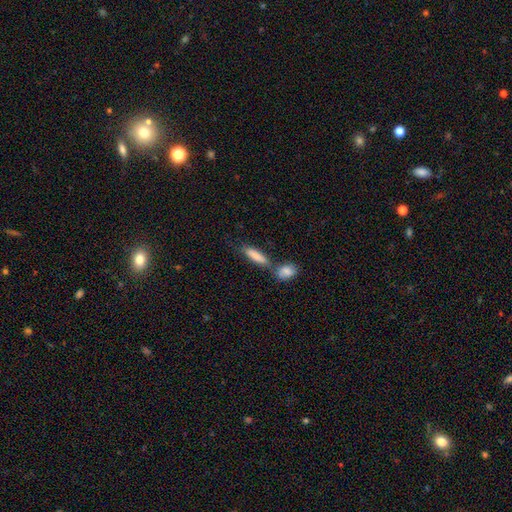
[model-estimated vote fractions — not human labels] Smooth or featured: smooth — 78% (featured or disk — 13%)
How rounded: cigar-shaped — 60% (in between — 37%)
Merging: none — 51% (merger — 32%)